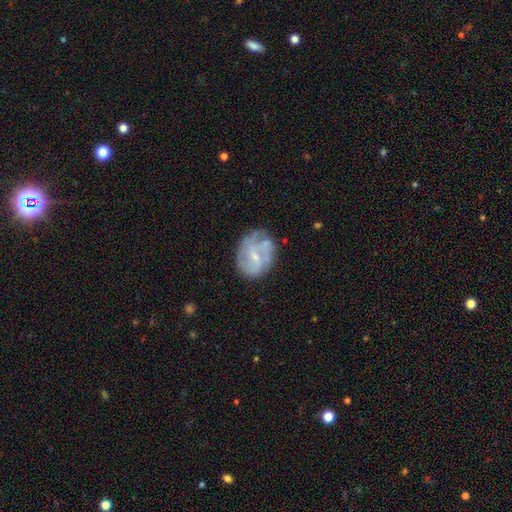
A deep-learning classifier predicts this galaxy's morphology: smooth-or-featured: featured or disk: 68% | smooth: 25% | star or artifact: 7%
  disk-edge-on: no: 97% | yes: 3%
    bar: weak: 46% | no: 42% | strong: 12%
    has-spiral-arms: yes: 73% | no: 27%
    bulge-size: small: 68% | moderate: 24% | none: 6% | large: 1% | dominant: 1%
  merging: none: 58% | minor disturbance: 25% | major disturbance: 12% | merger: 5%